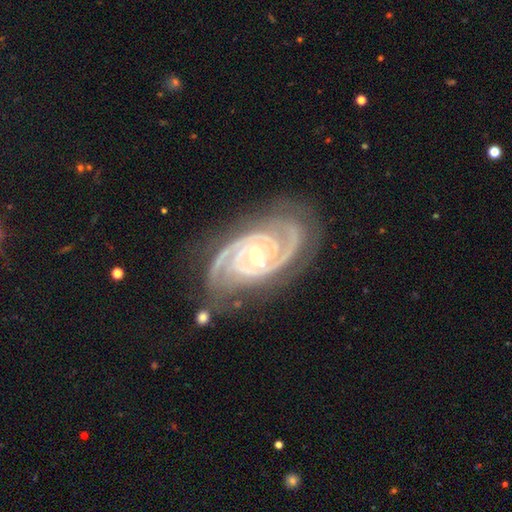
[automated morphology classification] Overall: featured or disk (93%). Edge-on disk: no (97%). Bar: weak (40%; no 31%). Spiral arms: yes (99%). Spiral arm count: 2 (45%; 3 32%). Spiral winding: tight (73%). Bulge size: moderate (50%; small 46%). Merging: none (73%).